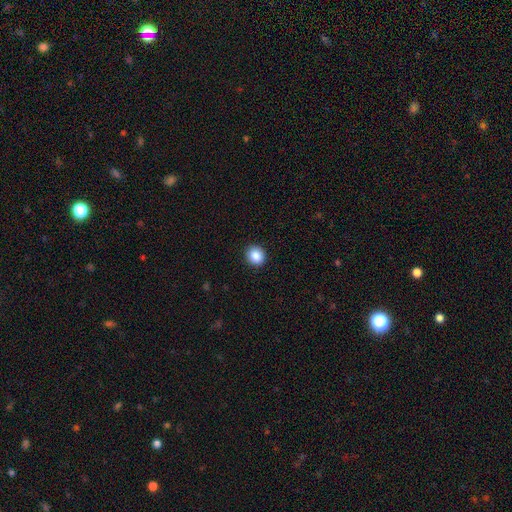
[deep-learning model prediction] smooth_or_featured: smooth (p=0.87) [alt: star or artifact p=0.09]
how_rounded: round (p=0.83) [alt: in between p=0.16]
merging: none (p=0.92) [alt: minor disturbance p=0.05]